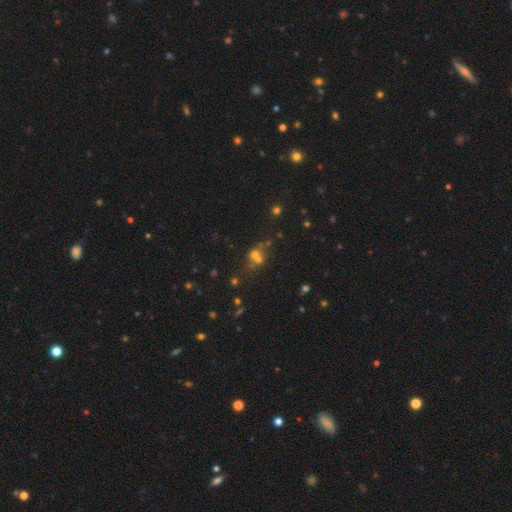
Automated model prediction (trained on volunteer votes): Q: Smooth or featured?
A: smooth (51%); runner-up: star or artifact (29%)
Q: How rounded?
A: round (77%); runner-up: in between (22%)
Q: Merging?
A: merger (46%); runner-up: none (40%)